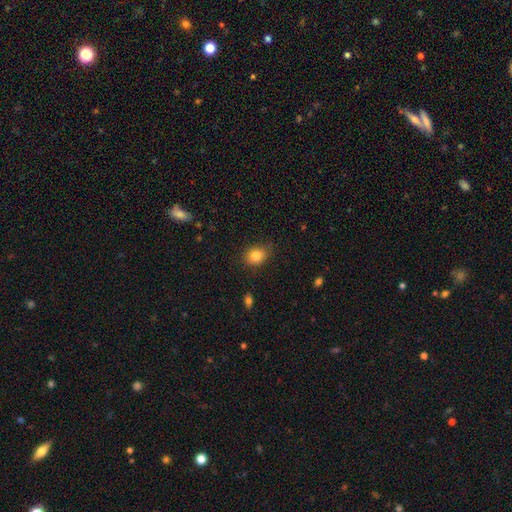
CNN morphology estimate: Smooth or featured?
  - smooth: 84% *
  - star or artifact: 10%
  - featured or disk: 6%
How rounded?
  - round: 51% *
  - in between: 48%
  - cigar-shaped: 1%
Merging?
  - none: 81% *
  - minor disturbance: 15%
  - major disturbance: 3%
  - merger: 1%